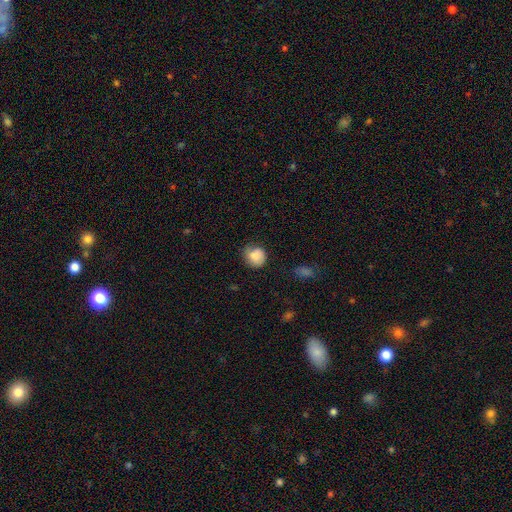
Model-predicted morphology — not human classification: Smooth or featured? smooth (85%)
How rounded? round (78%)
Merging? none (60%)